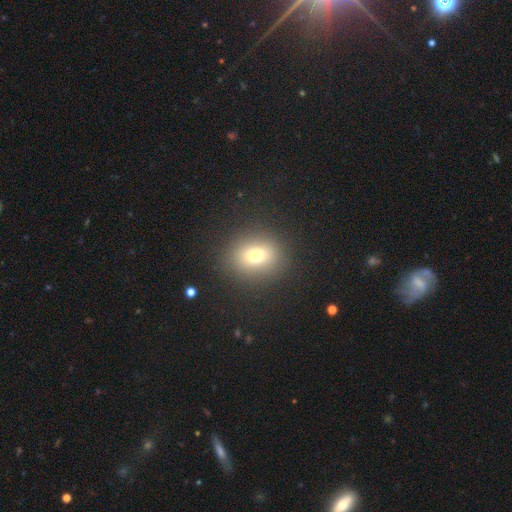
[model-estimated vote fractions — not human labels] Overall: smooth (72%). How rounded: round (68%; in between 31%). Merging: none (87%).